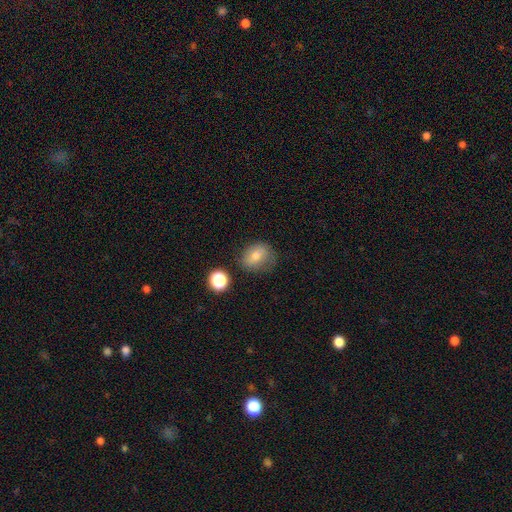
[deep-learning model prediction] smooth 72%, featured or disk 16%, star or artifact 11%. Down the decision tree: how rounded — round (53%); merging — none (64%).